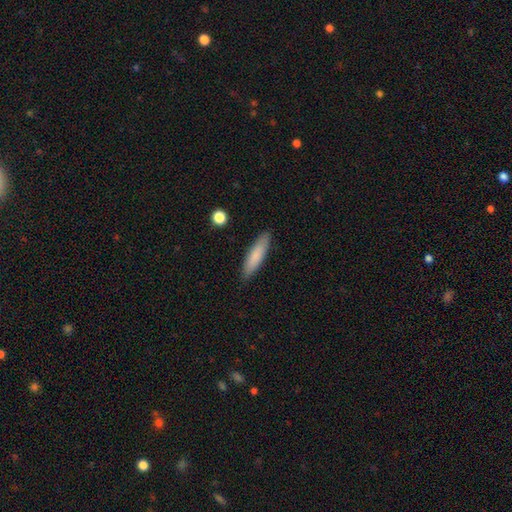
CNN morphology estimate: Q: Smooth or featured?
A: smooth (81%); runner-up: featured or disk (13%)
Q: How rounded?
A: cigar-shaped (74%); runner-up: in between (24%)
Q: Merging?
A: none (88%); runner-up: minor disturbance (9%)